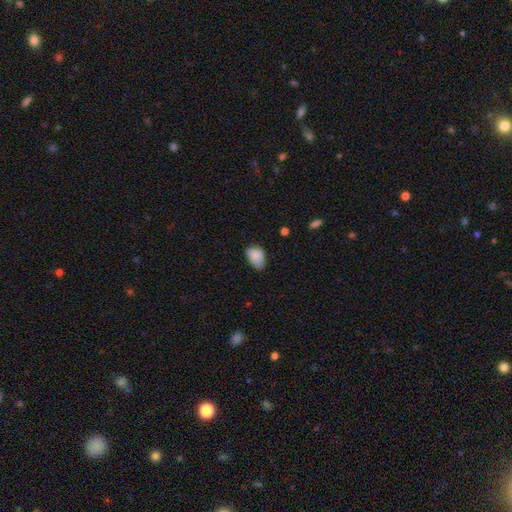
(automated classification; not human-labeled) A smooth galaxy with no disk features (85%) that is in between round and cigar-shaped (82%). Merging: none (47%).